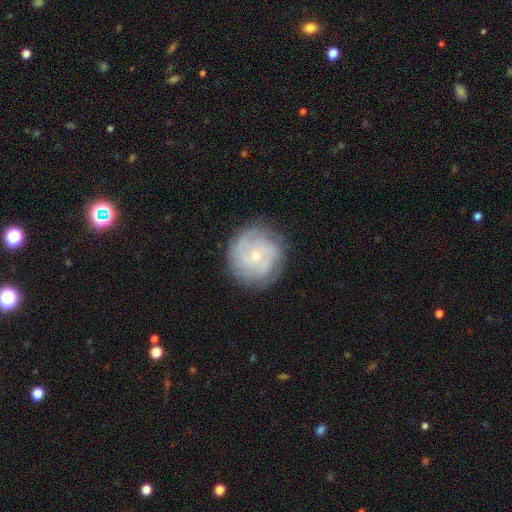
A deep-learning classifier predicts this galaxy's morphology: Smooth or featured: featured or disk — 76% (smooth — 17%)
Edge-on disk: no — 98% (yes — 2%)
Bar: no — 72% (weak — 23%)
Spiral arms: yes — 92% (no — 8%)
Spiral winding: tight — 69% (medium — 25%)
Spiral arm count: can't tell — 33% (2 — 24%)
Bulge size: small — 76% (moderate — 21%)
Merging: none — 83% (minor disturbance — 12%)